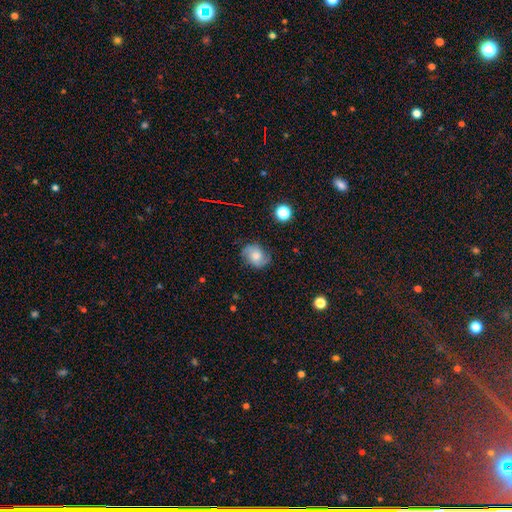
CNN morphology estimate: featured or disk 45%, smooth 44%, star or artifact 11%. Down the decision tree: merging — none (74%).